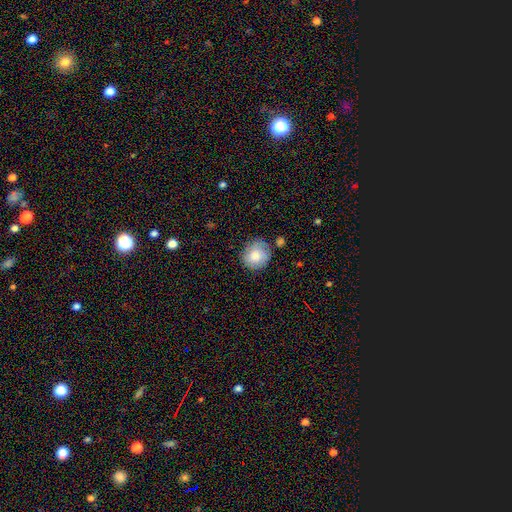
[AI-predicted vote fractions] Smooth or featured? Predicted: smooth (p=0.75). How rounded? Predicted: round (p=0.82). Merging? Predicted: none (p=0.75).